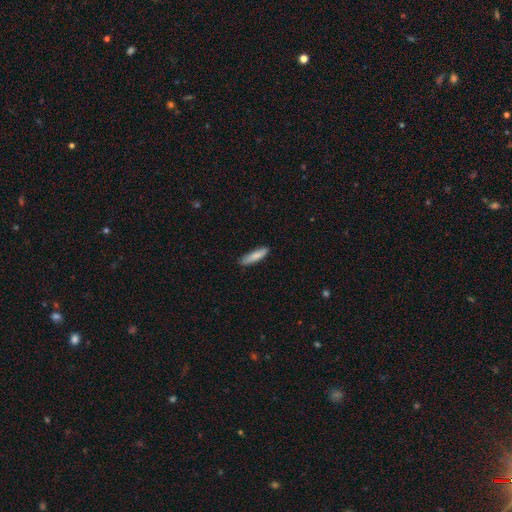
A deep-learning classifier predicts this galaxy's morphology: smooth-or-featured: smooth: 84% | featured or disk: 11% | star or artifact: 6%
  how-rounded: cigar-shaped: 75% | in between: 23% | round: 1%
  merging: none: 85% | minor disturbance: 12% | major disturbance: 2% | merger: 1%